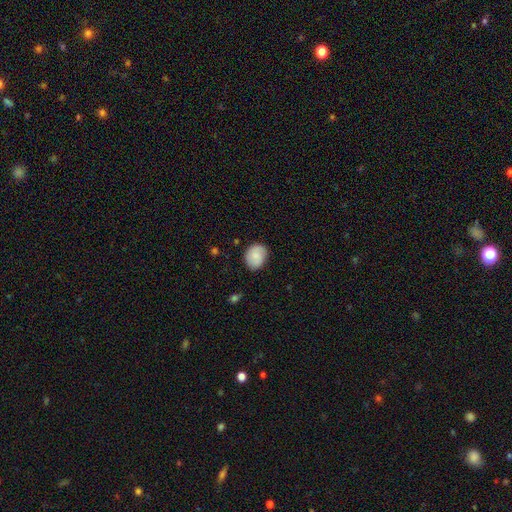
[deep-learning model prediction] Smooth or featured? Predicted: smooth (p=0.83). How rounded? Predicted: round (p=0.50). Merging? Predicted: none (p=0.76).